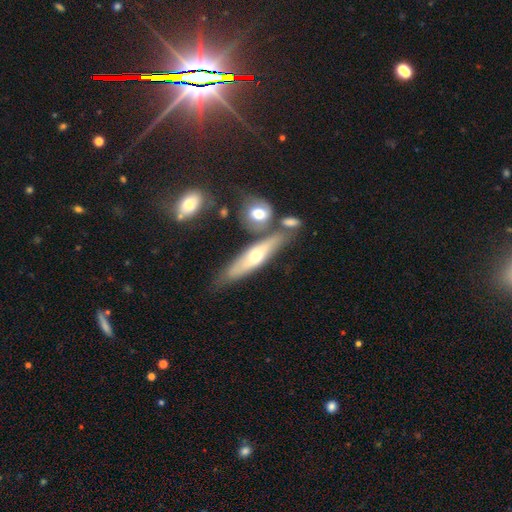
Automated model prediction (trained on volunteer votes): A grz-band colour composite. It shows a featured or disk galaxy (49%). Merging: none (63%).